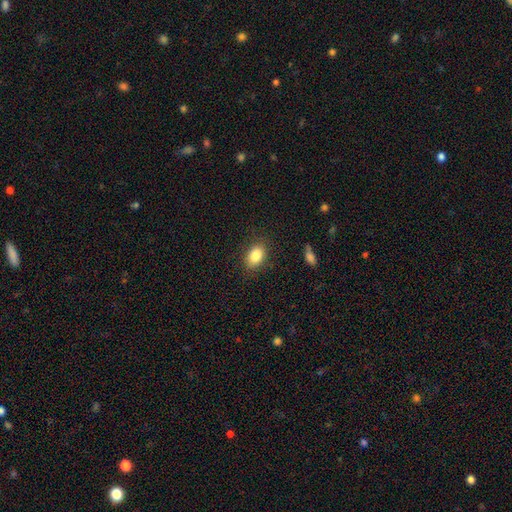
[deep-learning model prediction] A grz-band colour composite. It shows a smooth galaxy with no disk features (85%) that is in between round and cigar-shaped (86%). Merging: none (85%).